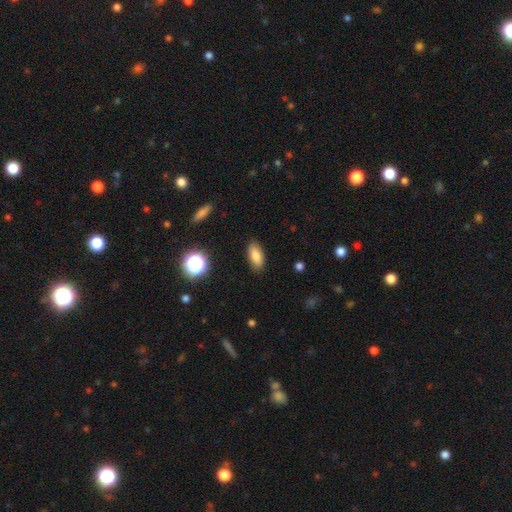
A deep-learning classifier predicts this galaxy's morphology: Overall: smooth (83%). How rounded: in between (86%). Merging: none (87%).